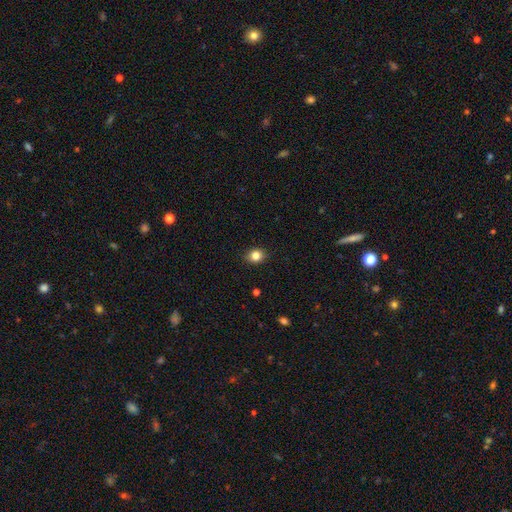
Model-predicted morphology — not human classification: smooth_or_featured: smooth (p=0.83) [alt: star or artifact p=0.11]
how_rounded: round (p=0.65) [alt: in between p=0.34]
merging: none (p=0.89) [alt: minor disturbance p=0.08]